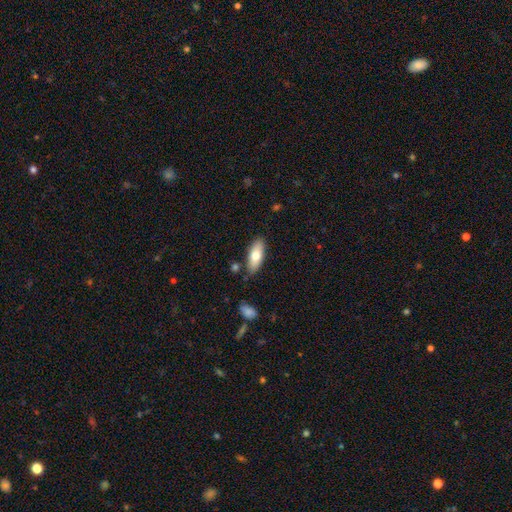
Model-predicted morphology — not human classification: A smooth galaxy with no disk features (73%) that is in between round and cigar-shaped (77%).

Vote fractions:
- Smooth or featured? smooth: 73% / featured or disk: 21% / star or artifact: 6%
- How rounded? in between: 77% / cigar-shaped: 21% / round: 2%
- Merging? none: 83% / minor disturbance: 12% / merger: 3% / major disturbance: 2%